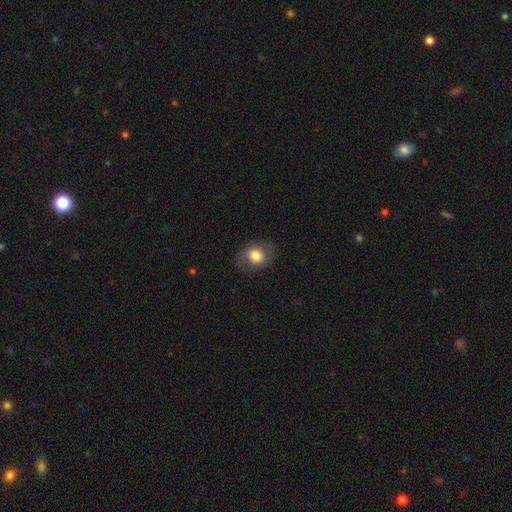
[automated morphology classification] Smooth or featured: smooth — 70% (featured or disk — 23%)
How rounded: round — 51% (in between — 48%)
Merging: none — 79% (minor disturbance — 13%)